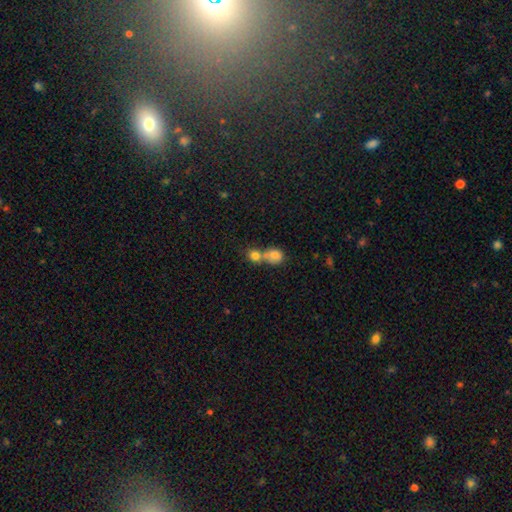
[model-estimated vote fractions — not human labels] A smooth galaxy with no disk features (78%) that is round (77%).

Vote fractions:
- Smooth or featured? smooth: 78% / star or artifact: 11% / featured or disk: 10%
- How rounded? round: 77% / in between: 21% / cigar-shaped: 1%
- Merging? merger: 60% / none: 31% / minor disturbance: 6% / major disturbance: 3%